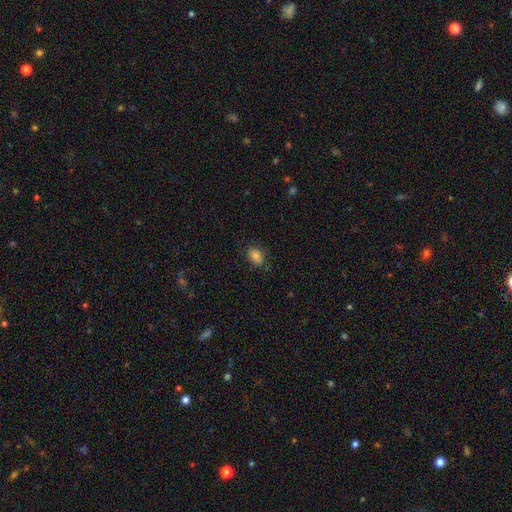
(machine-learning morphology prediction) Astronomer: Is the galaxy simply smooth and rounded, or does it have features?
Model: smooth — 83%.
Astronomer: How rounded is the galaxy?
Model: in between — 75%.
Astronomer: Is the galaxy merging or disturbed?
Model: none — 78%.